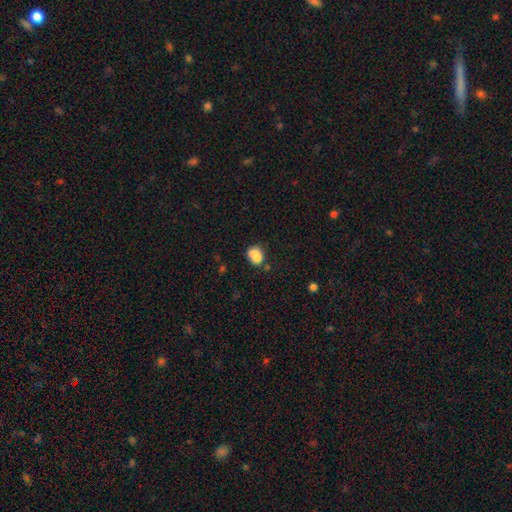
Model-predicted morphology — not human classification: Overall: smooth (79%). How rounded: in between (51%; round 48%). Merging: none (46%; minor disturbance 23%).